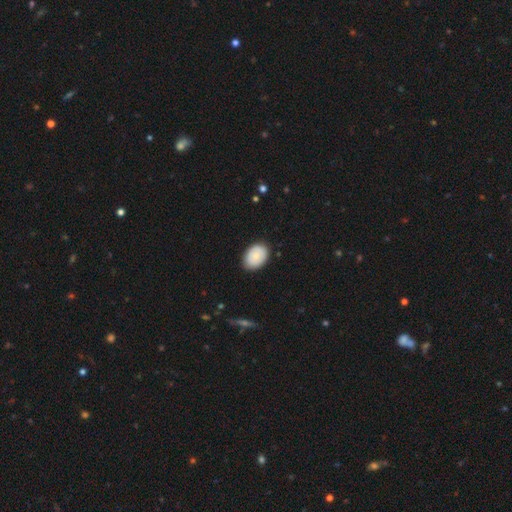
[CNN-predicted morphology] smooth 79%, featured or disk 15%, star or artifact 7%. Down the decision tree: how rounded — in between (78%); merging — none (85%).